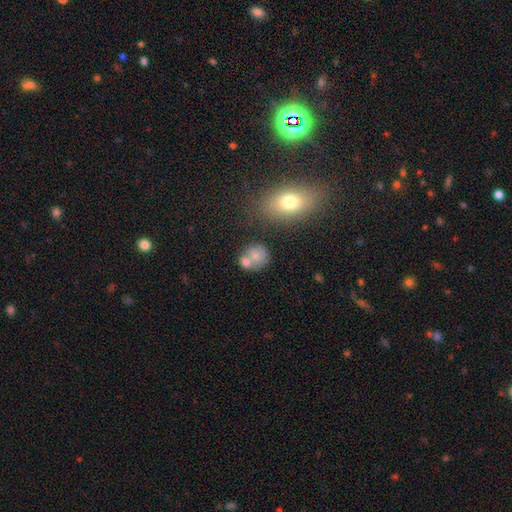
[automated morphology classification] This appears to be a smooth galaxy with no disk features (74%) that is round (80%). Merging: none (51%).